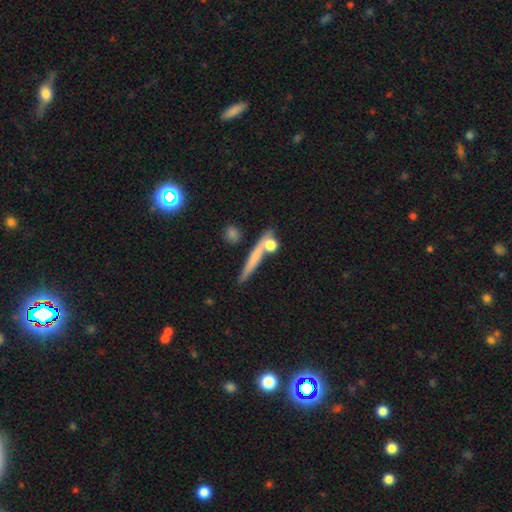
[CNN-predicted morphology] This is possibly a smooth galaxy (56%). How rounded: likely cigar-shaped (79%). Merging: likely none (71%).